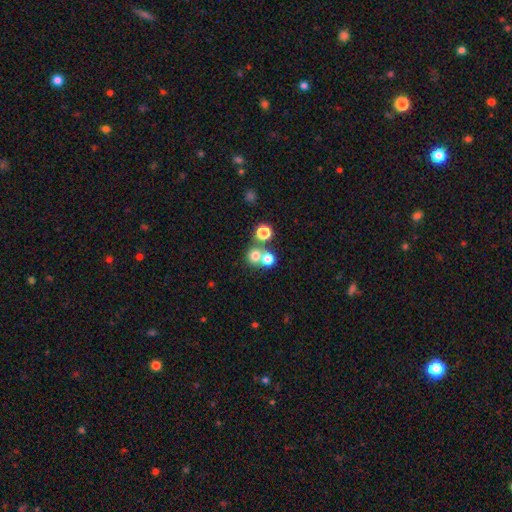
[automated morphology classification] Overall: smooth (71%). How rounded: round (86%). Merging: none (49%; merger 42%).